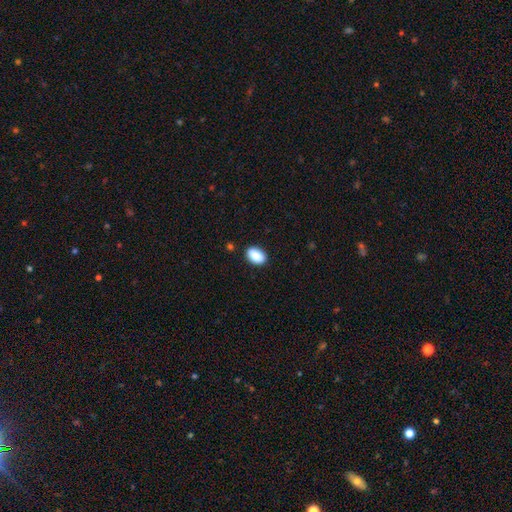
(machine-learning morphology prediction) Smooth or featured? Predicted: smooth (p=0.89). How rounded? Predicted: in between (p=0.90). Merging? Predicted: none (p=0.86).